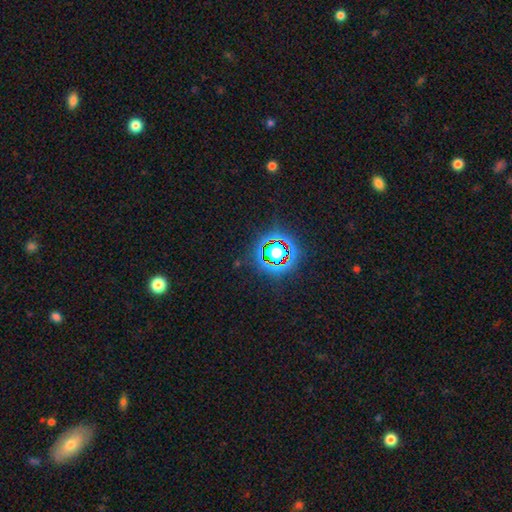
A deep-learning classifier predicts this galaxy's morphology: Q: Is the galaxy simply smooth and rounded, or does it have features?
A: star or artifact — 79%.